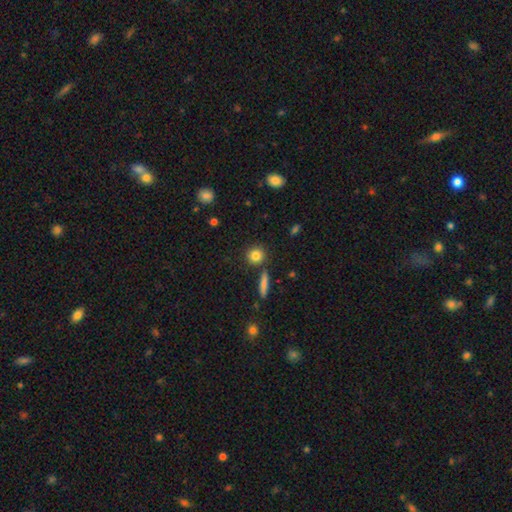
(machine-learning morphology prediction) A smooth galaxy with no disk features (83%) that is round (87%).

Vote fractions:
- Smooth or featured? smooth: 83% / star or artifact: 10% / featured or disk: 8%
- How rounded? round: 87% / in between: 10% / cigar-shaped: 3%
- Merging? none: 83% / minor disturbance: 8% / merger: 7% / major disturbance: 2%